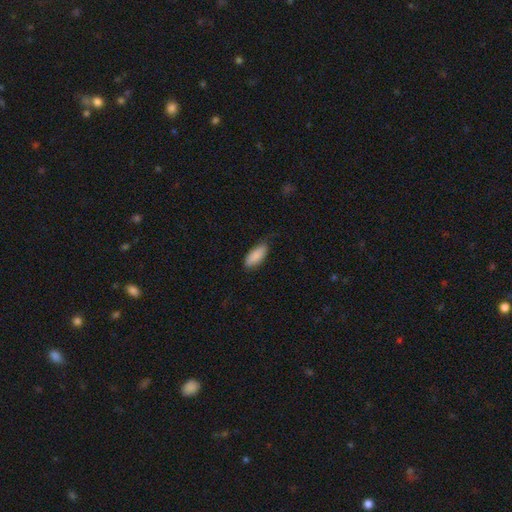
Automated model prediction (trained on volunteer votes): The model was most divided on "merging": none: 74%, minor disturbance: 22%, major disturbance: 4%, merger: 1%. More confident: smooth or featured — smooth (88%); how rounded — in between (82%).